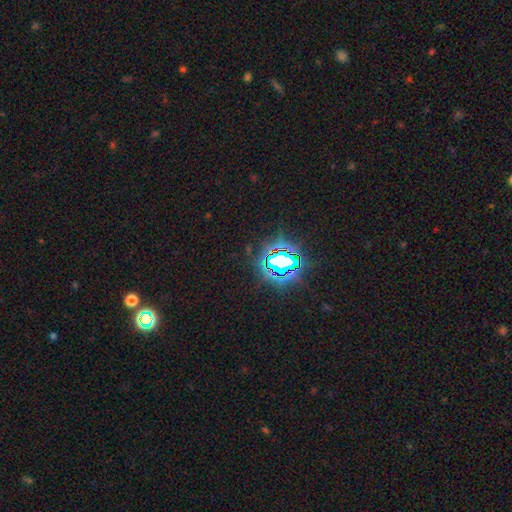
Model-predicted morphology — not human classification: smooth-or-featured: star or artifact: 82% | smooth: 12% | featured or disk: 7%